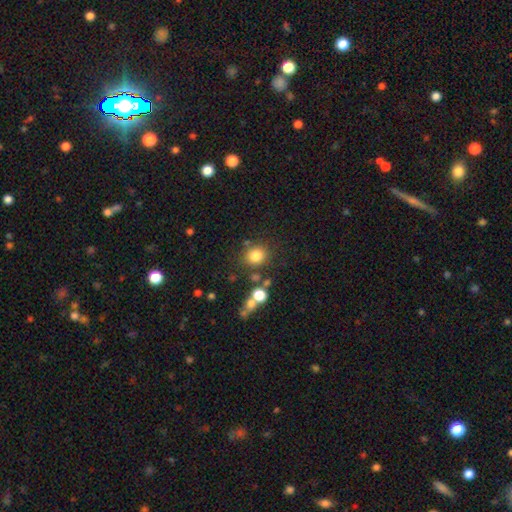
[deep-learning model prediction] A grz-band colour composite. It shows a smooth galaxy with no disk features (80%) that is round (80%). Merging: none (77%).